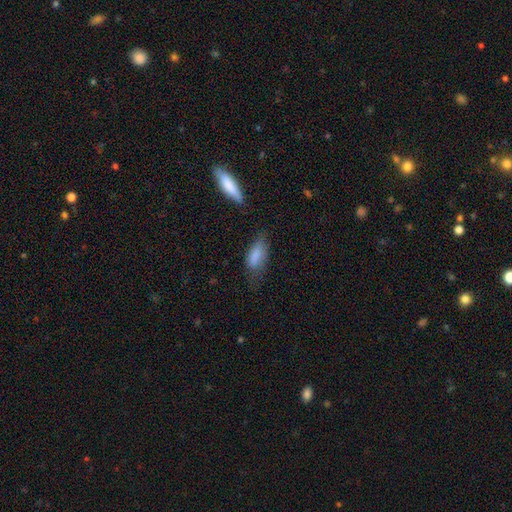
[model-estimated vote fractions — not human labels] Overall: smooth (82%). How rounded: in between (83%). Merging: none (50%; minor disturbance 33%).